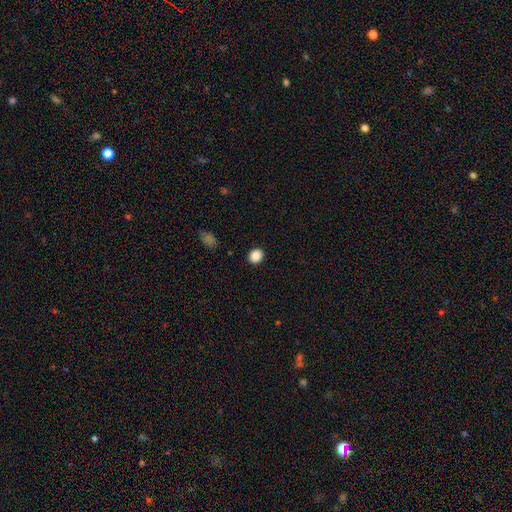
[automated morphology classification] type=smooth (88%); roundness=round (64%); merging=none (90%).